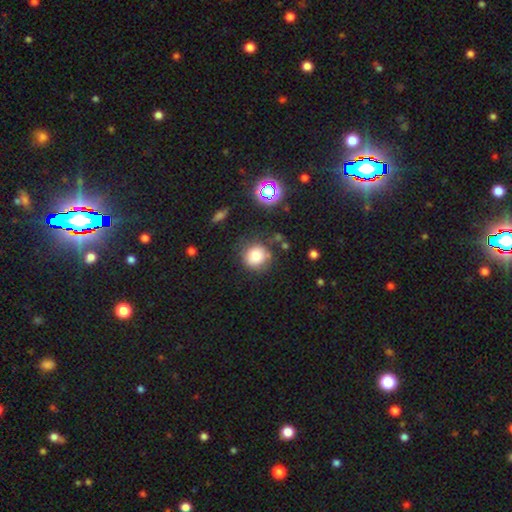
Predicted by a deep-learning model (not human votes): The model was most divided on "smooth or featured": smooth: 75%, star or artifact: 14%, featured or disk: 11%. More confident: how rounded — round (91%); merging — none (77%).